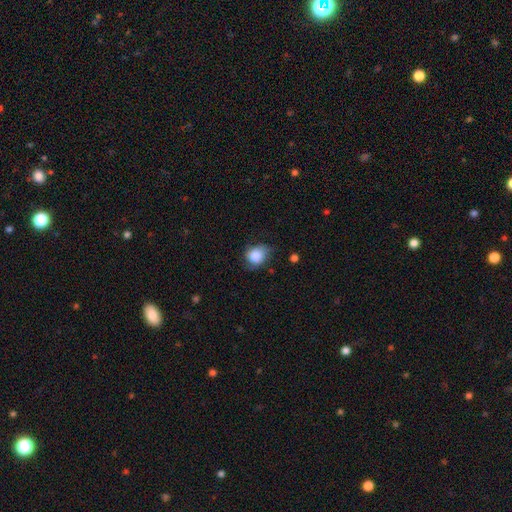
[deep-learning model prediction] A smooth galaxy with no disk features (84%) that is round (58%).

Vote fractions:
- Smooth or featured? smooth: 84% / featured or disk: 9% / star or artifact: 8%
- How rounded? round: 58% / in between: 41% / cigar-shaped: 1%
- Merging? none: 53% / minor disturbance: 35% / major disturbance: 10% / merger: 2%